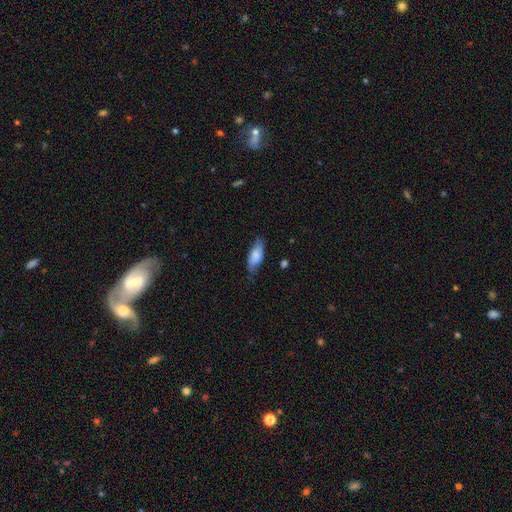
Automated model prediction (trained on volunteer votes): A smooth galaxy with no disk features (74%) that is in between round and cigar-shaped (76%).

Vote fractions:
- Smooth or featured? smooth: 74% / featured or disk: 19% / star or artifact: 6%
- How rounded? in between: 76% / cigar-shaped: 22% / round: 2%
- Merging? none: 69% / minor disturbance: 24% / major disturbance: 6% / merger: 2%